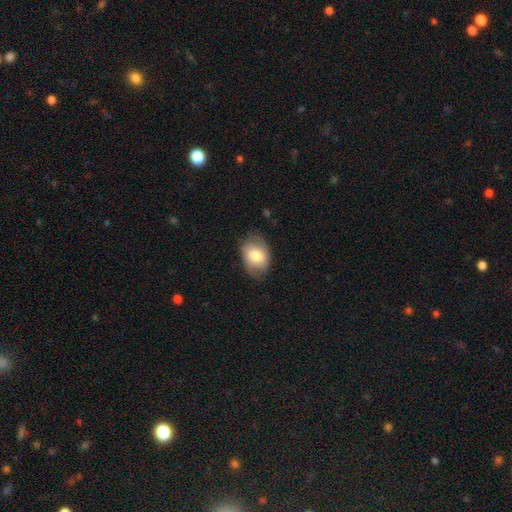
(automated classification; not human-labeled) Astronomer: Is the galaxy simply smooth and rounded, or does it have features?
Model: smooth — 70%.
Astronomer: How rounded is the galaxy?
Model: in between — 79%.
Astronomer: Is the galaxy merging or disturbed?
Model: none — 70%.